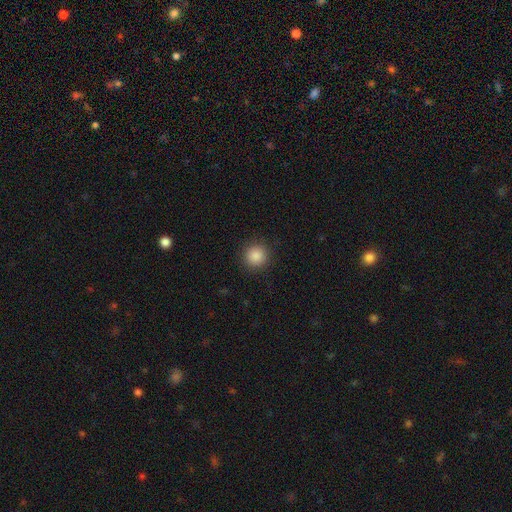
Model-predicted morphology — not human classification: smooth-or-featured: smooth: 87% | star or artifact: 10% | featured or disk: 3%
  how-rounded: round: 94% | in between: 5% | cigar-shaped: 1%
  merging: none: 91% | minor disturbance: 5% | major disturbance: 2% | merger: 1%